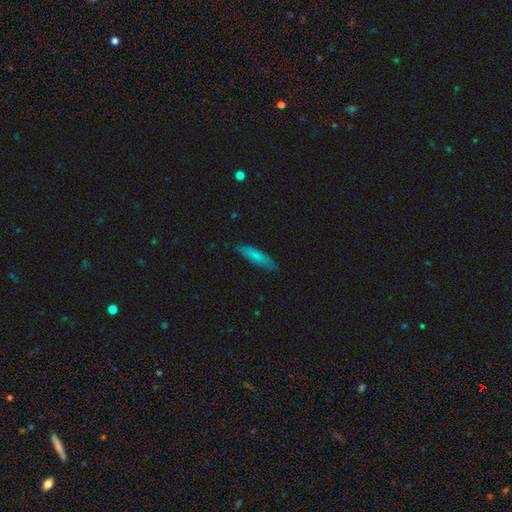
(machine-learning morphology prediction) smooth 75%, featured or disk 19%, star or artifact 6%. Down the decision tree: how rounded — cigar-shaped (72%); merging — none (84%).